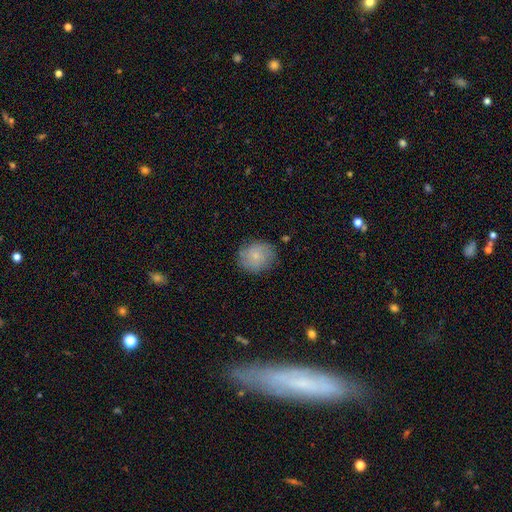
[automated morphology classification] The model was most divided on "smooth or featured": smooth: 65%, featured or disk: 26%, star or artifact: 9%. More confident: merging — none (78%); how rounded — round (74%).